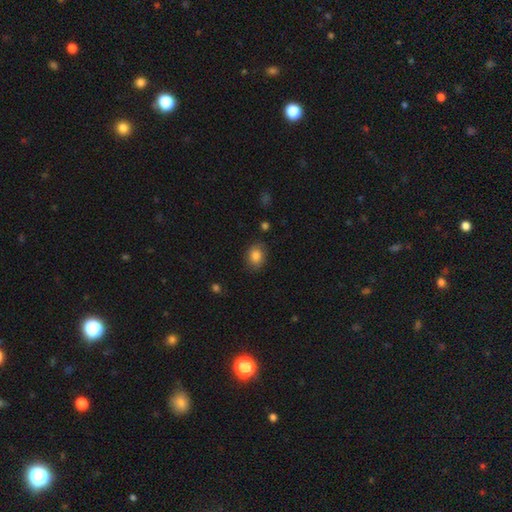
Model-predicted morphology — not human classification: This appears to be a smooth galaxy with no disk features (85%) that is in between round and cigar-shaped (52%). Merging: none (82%).